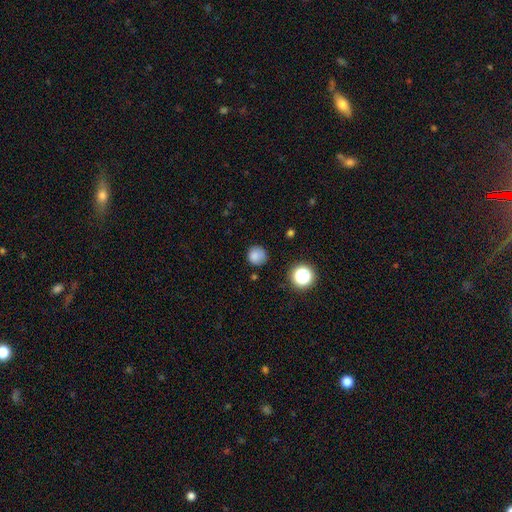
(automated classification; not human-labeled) Overall: smooth (81%). How rounded: round (91%). Merging: none (78%).